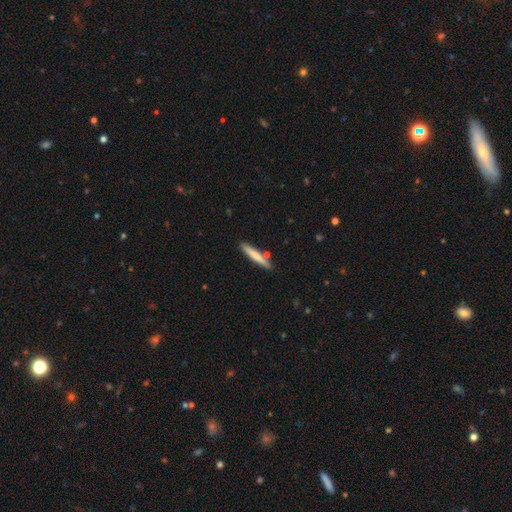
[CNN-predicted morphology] A smooth galaxy with no disk features (70%) that is cigar-shaped (94%).

Vote fractions:
- Smooth or featured? smooth: 70% / featured or disk: 25% / star or artifact: 5%
- How rounded? cigar-shaped: 94% / in between: 5% / round: 1%
- Merging? none: 83% / minor disturbance: 10% / merger: 5% / major disturbance: 2%